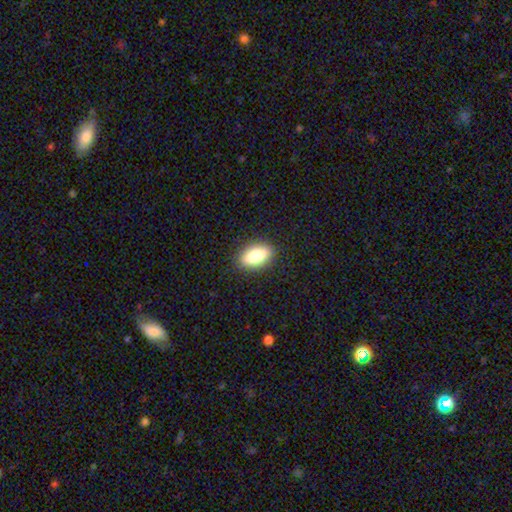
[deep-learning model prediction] Overall: smooth (77%). How rounded: in between (85%). Merging: none (89%).